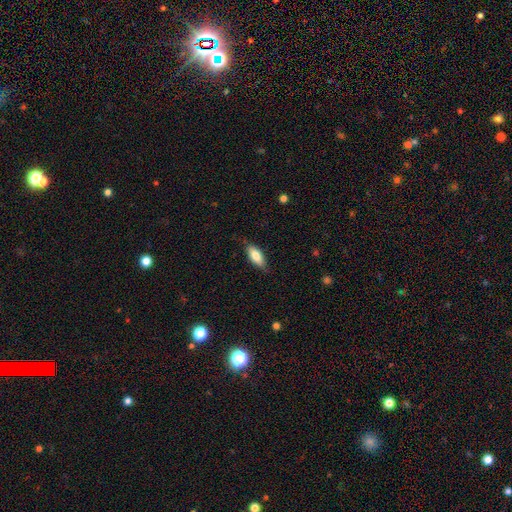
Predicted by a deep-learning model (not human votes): Smooth or featured?
  - smooth: 77% *
  - featured or disk: 16%
  - star or artifact: 6%
How rounded?
  - in between: 81% *
  - cigar-shaped: 17%
  - round: 2%
Merging?
  - none: 80% *
  - minor disturbance: 16%
  - major disturbance: 3%
  - merger: 1%